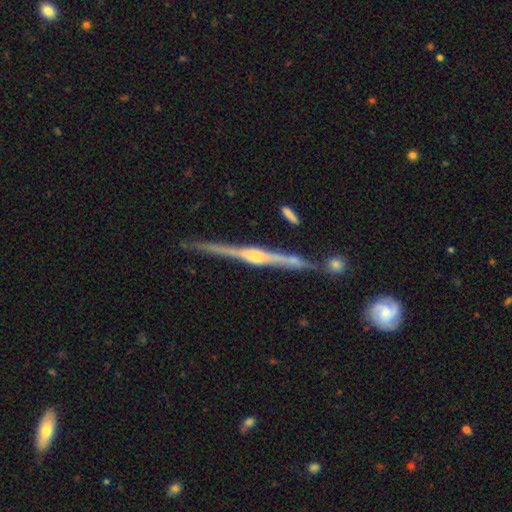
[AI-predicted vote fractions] A featured or disk galaxy (88%) viewed edge-on (99%) with a rounded central bulge (84%).

Vote fractions:
- Smooth or featured? featured or disk: 88% / smooth: 7% / star or artifact: 5%
- Edge-on disk? yes: 99% / no: 1%
- Edge-on bulge? rounded: 84% / boxy: 9% / none: 7%
- Merging? none: 86% / minor disturbance: 8% / merger: 4% / major disturbance: 2%